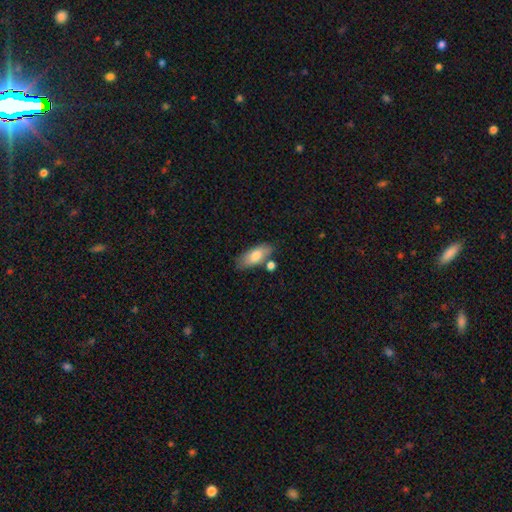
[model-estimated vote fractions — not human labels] A smooth galaxy with no disk features (78%) that is in between round and cigar-shaped (83%).

Vote fractions:
- Smooth or featured? smooth: 78% / featured or disk: 15% / star or artifact: 6%
- How rounded? in between: 83% / cigar-shaped: 14% / round: 3%
- Merging? none: 71% / minor disturbance: 15% / merger: 11% / major disturbance: 3%